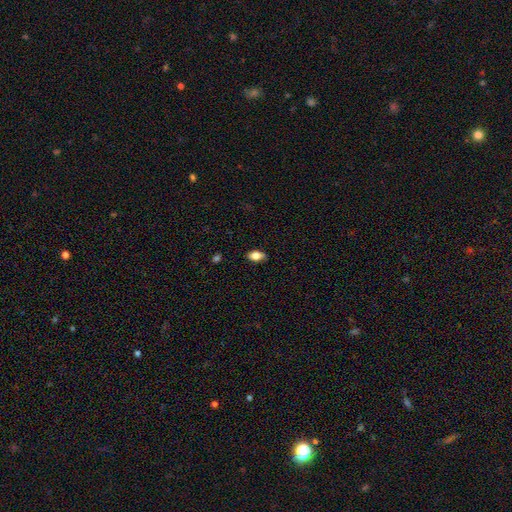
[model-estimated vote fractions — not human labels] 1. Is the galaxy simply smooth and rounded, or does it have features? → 82% smooth, 10% featured or disk, 8% star or artifact.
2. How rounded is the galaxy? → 88% in between, 7% round, 4% cigar-shaped.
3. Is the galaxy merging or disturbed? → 85% none, 12% minor disturbance, 2% major disturbance, 1% merger.